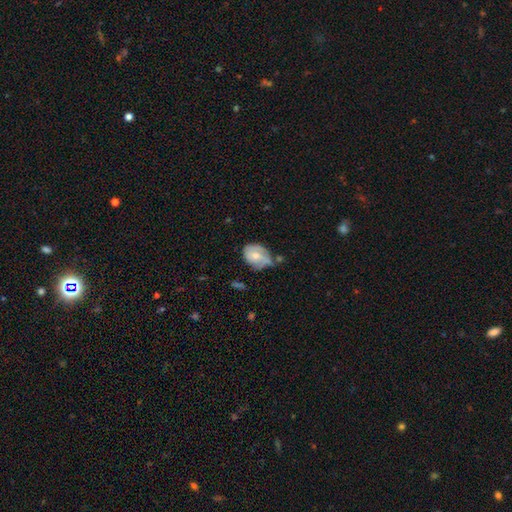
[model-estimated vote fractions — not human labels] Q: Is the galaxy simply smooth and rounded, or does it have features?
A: featured or disk — 49%.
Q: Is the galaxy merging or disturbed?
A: none — 41%.